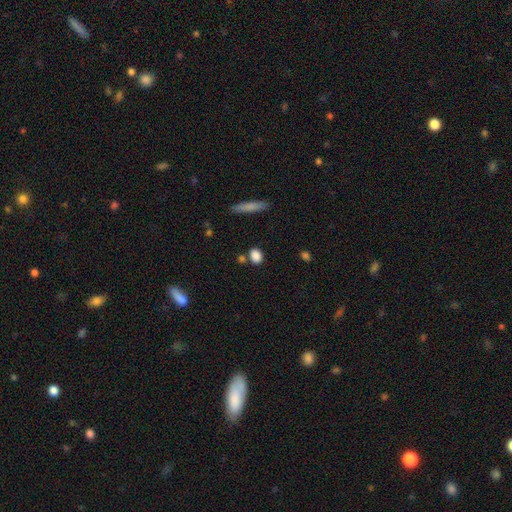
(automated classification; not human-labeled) Q: Smooth or featured?
A: smooth (85%); runner-up: star or artifact (9%)
Q: How rounded?
A: in between (58%); runner-up: round (38%)
Q: Merging?
A: none (71%); runner-up: minor disturbance (13%)